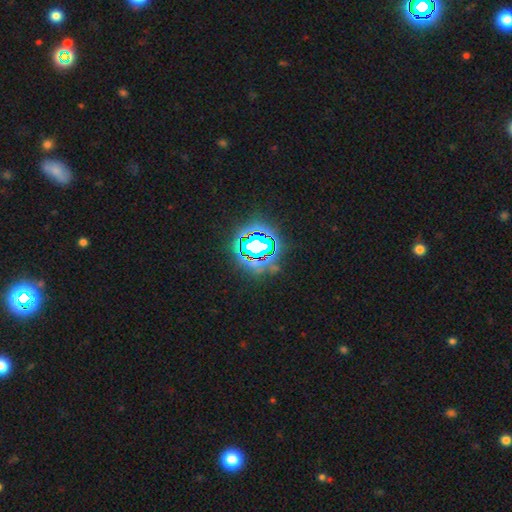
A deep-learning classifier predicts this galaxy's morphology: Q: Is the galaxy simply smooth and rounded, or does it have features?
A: star or artifact — 78%.